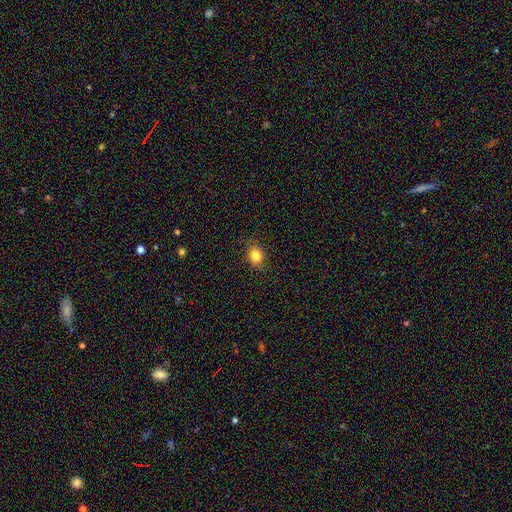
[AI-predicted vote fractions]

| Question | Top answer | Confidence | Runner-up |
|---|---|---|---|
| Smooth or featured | smooth | 83% | star or artifact (11%) |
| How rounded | in between | 52% | round (47%) |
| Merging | none | 89% | minor disturbance (8%) |